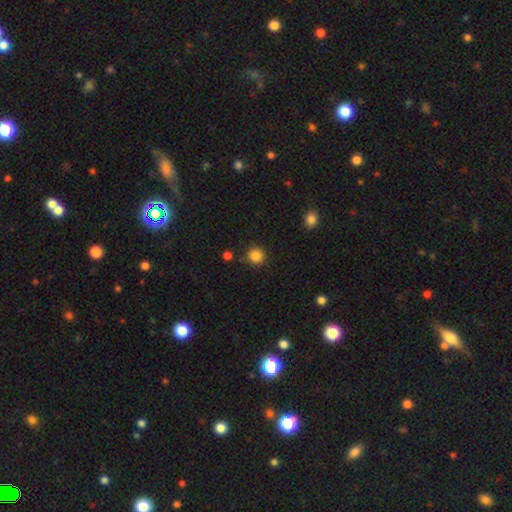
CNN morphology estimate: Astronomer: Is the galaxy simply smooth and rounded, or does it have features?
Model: smooth — 85%.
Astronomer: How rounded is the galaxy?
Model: round — 93%.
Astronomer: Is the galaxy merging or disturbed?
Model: none — 86%.